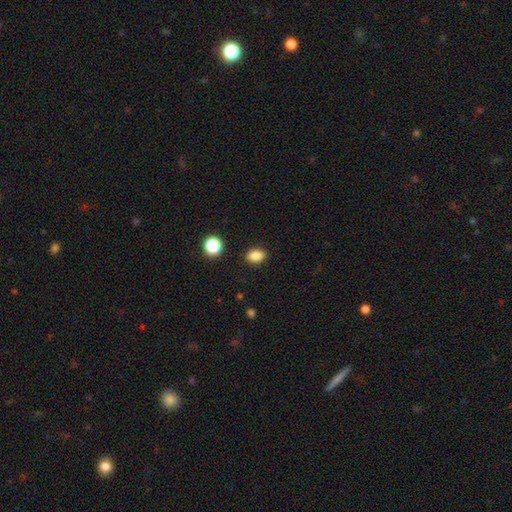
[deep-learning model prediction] A smooth galaxy with no disk features (85%) that is in between round and cigar-shaped (76%).

Vote fractions:
- Smooth or featured? smooth: 85% / star or artifact: 10% / featured or disk: 4%
- How rounded? in between: 76% / round: 22% / cigar-shaped: 2%
- Merging? none: 88% / minor disturbance: 8% / major disturbance: 2% / merger: 1%